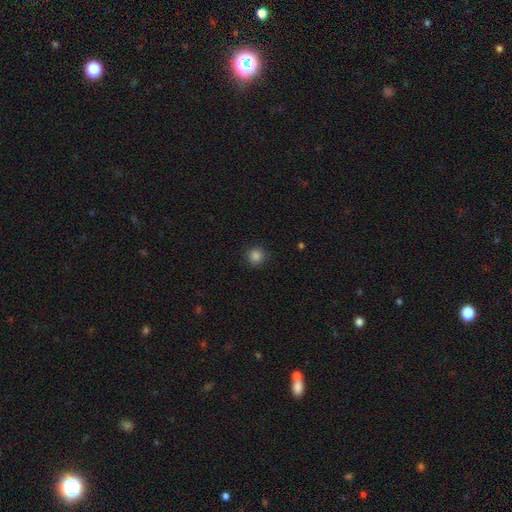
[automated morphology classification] This is clearly a smooth galaxy (85%). How rounded: clearly round (94%). Merging: clearly none (89%).